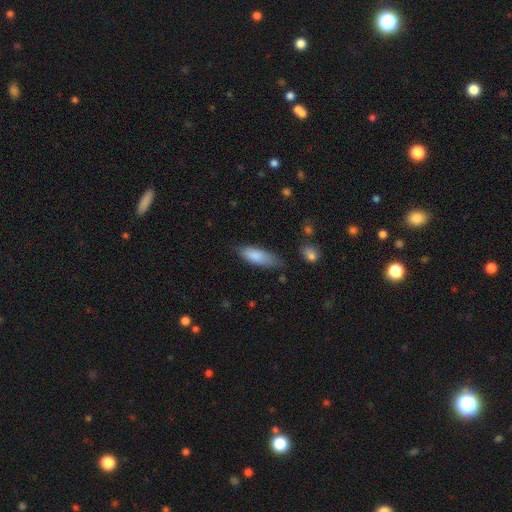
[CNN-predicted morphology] smooth_or_featured: smooth (p=0.85) [alt: featured or disk p=0.09]
how_rounded: in between (p=0.66) [alt: cigar-shaped p=0.32]
merging: none (p=0.65) [alt: minor disturbance p=0.27]